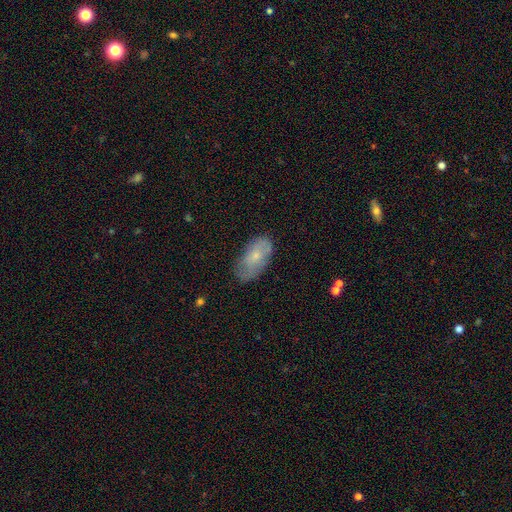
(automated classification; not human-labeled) smooth_or_featured: smooth (p=0.60) [alt: featured or disk p=0.32]
how_rounded: in between (p=0.92) [alt: cigar-shaped p=0.04]
merging: none (p=0.64) [alt: minor disturbance p=0.27]